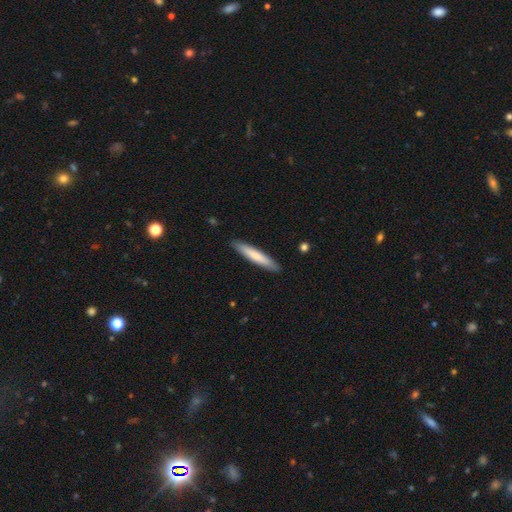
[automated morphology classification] Smooth or featured?
  - smooth: 75% *
  - featured or disk: 20%
  - star or artifact: 5%
How rounded?
  - cigar-shaped: 92% *
  - in between: 7%
  - round: 1%
Merging?
  - none: 90% *
  - minor disturbance: 7%
  - major disturbance: 1%
  - merger: 1%